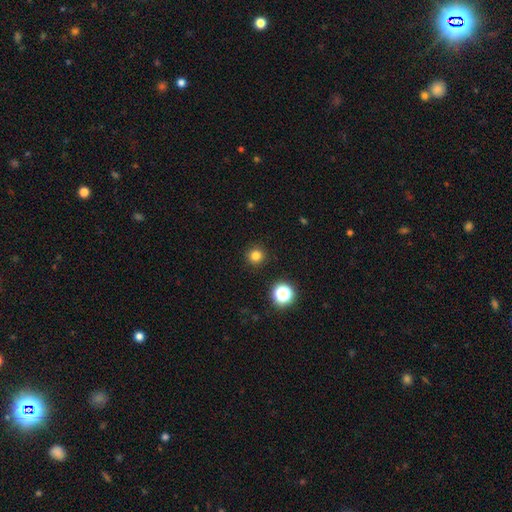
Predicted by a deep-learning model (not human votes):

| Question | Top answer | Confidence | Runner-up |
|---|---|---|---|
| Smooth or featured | smooth | 80% | star or artifact (15%) |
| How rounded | round | 94% | in between (5%) |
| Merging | none | 92% | minor disturbance (5%) |